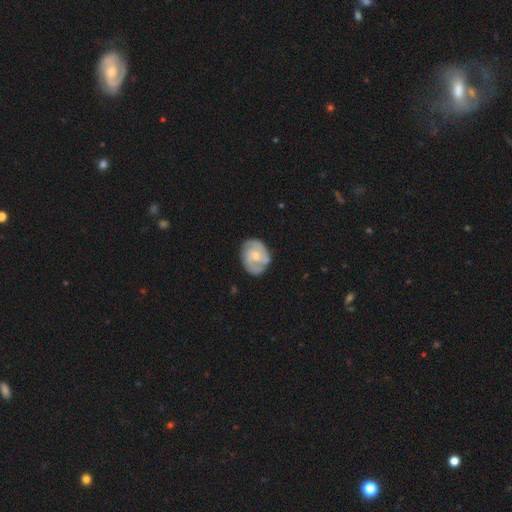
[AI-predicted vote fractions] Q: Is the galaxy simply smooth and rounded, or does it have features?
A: featured or disk — 74%.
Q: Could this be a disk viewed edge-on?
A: no — 98%.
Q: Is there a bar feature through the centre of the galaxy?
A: no — 59%.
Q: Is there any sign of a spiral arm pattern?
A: yes — 90%.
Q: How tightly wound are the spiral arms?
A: medium — 44%.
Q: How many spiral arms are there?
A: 2 — 60%.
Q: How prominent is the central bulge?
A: small — 47%, tied with moderate.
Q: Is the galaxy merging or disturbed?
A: none — 75%.